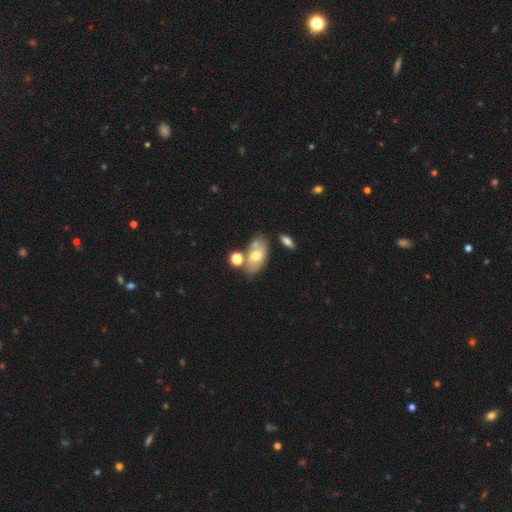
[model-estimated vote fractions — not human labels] smooth 59%, featured or disk 32%, star or artifact 9%. Down the decision tree: how rounded — in between (86%); merging — none (57%).